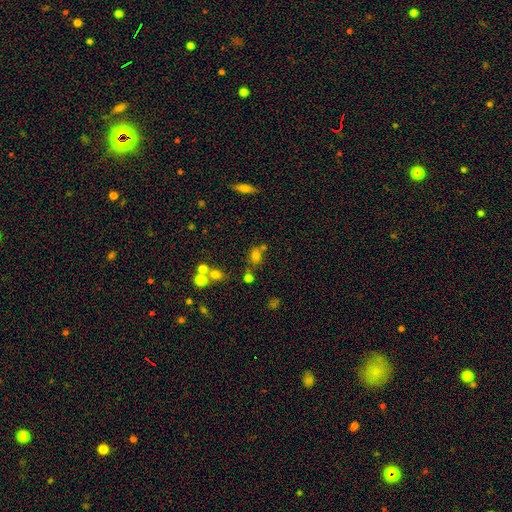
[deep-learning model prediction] The model was most divided on "how rounded": in between: 53%, round: 45%, cigar-shaped: 2%. More confident: smooth or featured — smooth (70%); merging — none (60%).